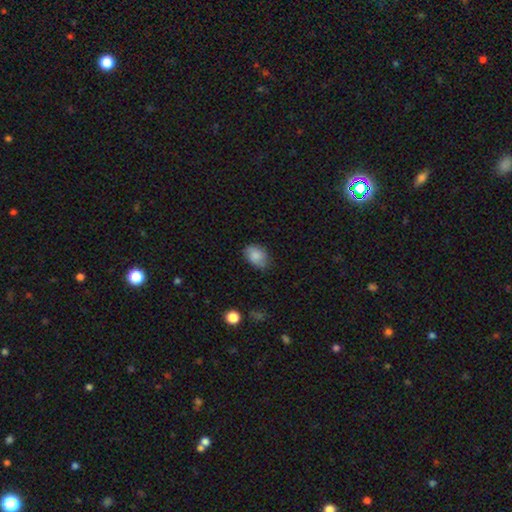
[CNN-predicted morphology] A smooth galaxy with no disk features (83%) that is in between round and cigar-shaped (78%).

Vote fractions:
- Smooth or featured? smooth: 83% / featured or disk: 9% / star or artifact: 7%
- How rounded? in between: 78% / round: 20% / cigar-shaped: 1%
- Merging? none: 75% / minor disturbance: 20% / major disturbance: 4% / merger: 1%